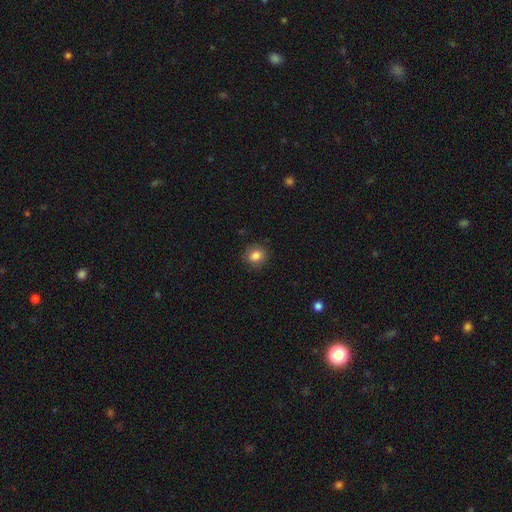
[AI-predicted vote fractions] Smooth or featured? Predicted: smooth (p=0.84). How rounded? Predicted: round (p=0.77). Merging? Predicted: none (p=0.86).